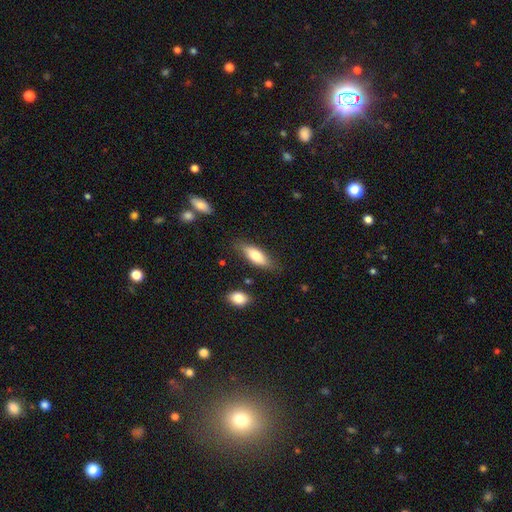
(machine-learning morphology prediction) This is likely a smooth galaxy (73%). How rounded: likely in between (70%). Merging: likely none (75%).